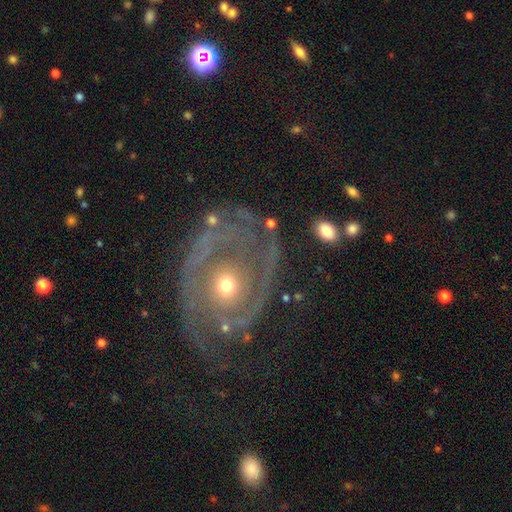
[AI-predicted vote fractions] smooth_or_featured: featured or disk (p=0.85) [alt: smooth p=0.08]
disk_edge_on: no (p=0.96) [alt: yes p=0.04]
bar: no (p=0.79) [alt: weak p=0.16]
has_spiral_arms: yes (p=0.85) [alt: no p=0.15]
spiral_winding: tight (p=0.61) [alt: medium p=0.29]
spiral_arm_count: 2 (p=0.40) [alt: can't tell p=0.27]
bulge_size: moderate (p=0.51) [alt: small p=0.45]
merging: none (p=0.60) [alt: minor disturbance p=0.20]